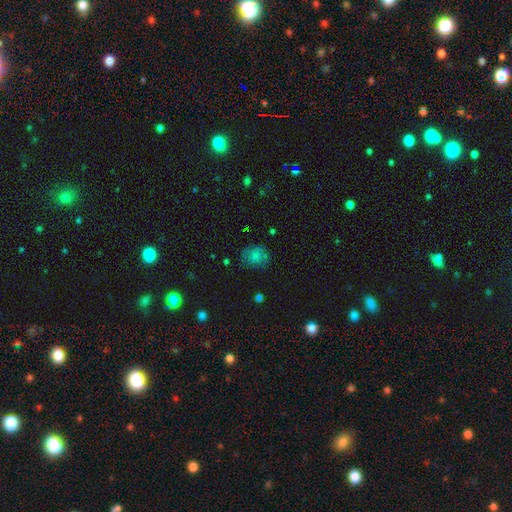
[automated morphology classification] A smooth galaxy with no disk features (71%) that is round (70%).

Vote fractions:
- Smooth or featured? smooth: 71% / featured or disk: 17% / star or artifact: 13%
- How rounded? round: 70% / in between: 29% / cigar-shaped: 1%
- Merging? none: 66% / minor disturbance: 22% / major disturbance: 10% / merger: 2%